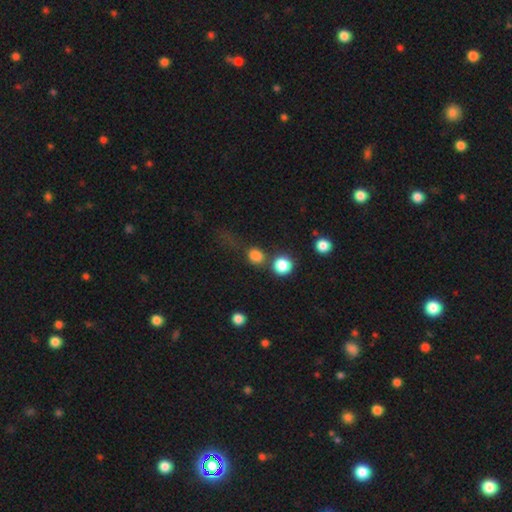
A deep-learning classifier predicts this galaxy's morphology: A smooth galaxy with no disk features (81%) that is round (77%).

Vote fractions:
- Smooth or featured? smooth: 81% / star or artifact: 14% / featured or disk: 6%
- How rounded? round: 77% / in between: 21% / cigar-shaped: 2%
- Merging? none: 60% / merger: 18% / minor disturbance: 13% / major disturbance: 9%